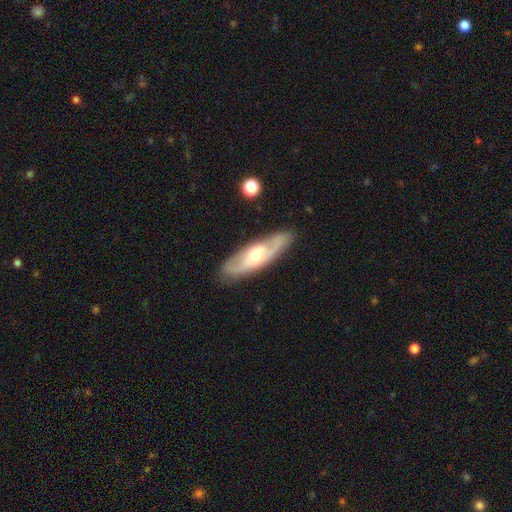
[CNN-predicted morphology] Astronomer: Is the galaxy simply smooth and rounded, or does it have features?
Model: featured or disk — 66%.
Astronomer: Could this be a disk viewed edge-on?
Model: no — 72%.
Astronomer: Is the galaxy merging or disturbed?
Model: none — 81%.